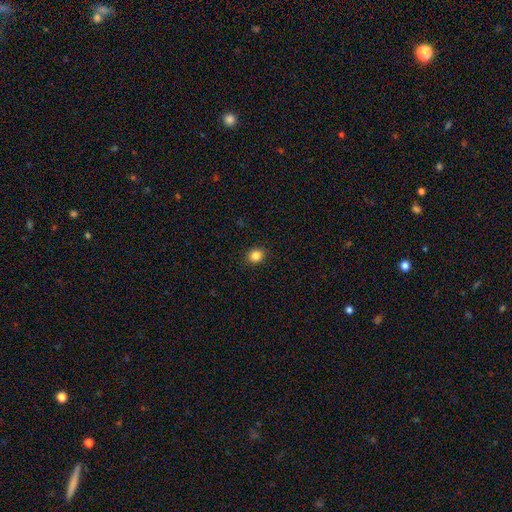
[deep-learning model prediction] Smooth or featured: smooth — 85% (star or artifact — 11%)
How rounded: round — 70% (in between — 29%)
Merging: none — 91% (minor disturbance — 6%)